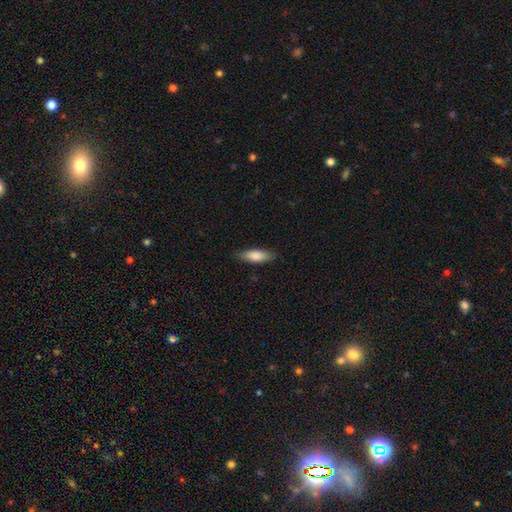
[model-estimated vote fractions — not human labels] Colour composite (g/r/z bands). It shows a smooth galaxy with no disk features (81%) that is in between round and cigar-shaped (58%). Merging: none (85%).